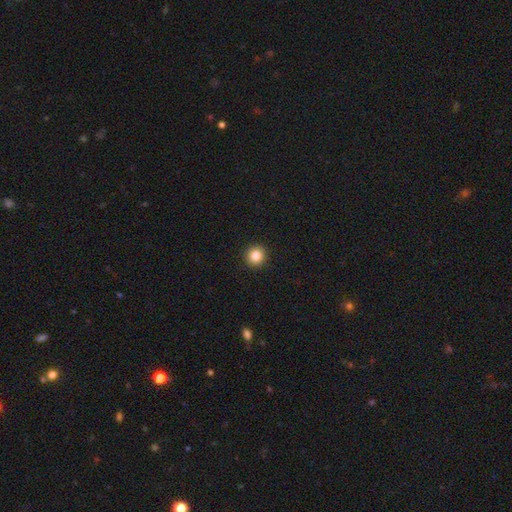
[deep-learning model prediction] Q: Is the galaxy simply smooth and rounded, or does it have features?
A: smooth — 85%.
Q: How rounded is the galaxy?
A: round — 93%.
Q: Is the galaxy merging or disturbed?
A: none — 93%.